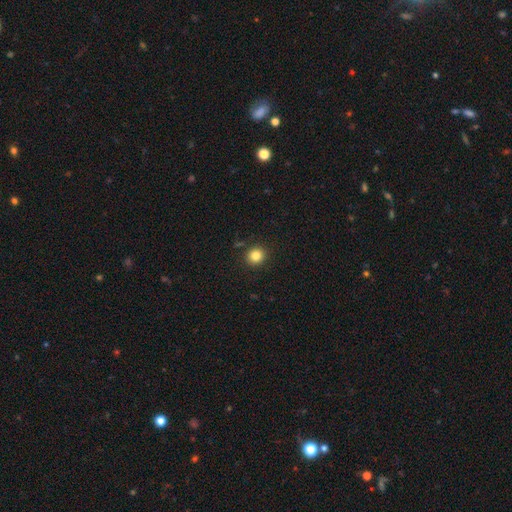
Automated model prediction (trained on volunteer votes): Smooth or featured: smooth — 83% (star or artifact — 12%)
How rounded: round — 88% (in between — 12%)
Merging: none — 90% (minor disturbance — 6%)